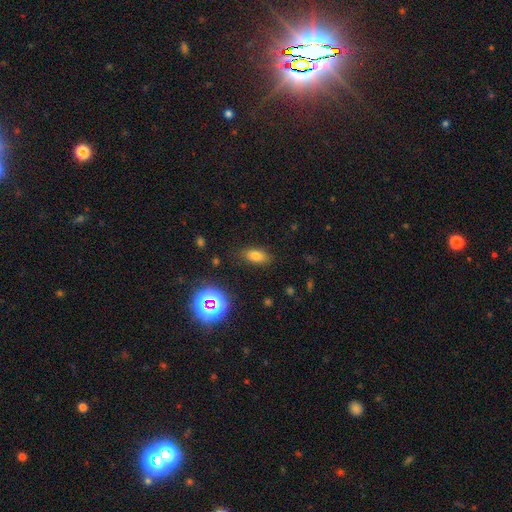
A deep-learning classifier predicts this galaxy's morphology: This appears to be a smooth galaxy with no disk features (73%) that is in between round and cigar-shaped (84%). Merging: none (83%).